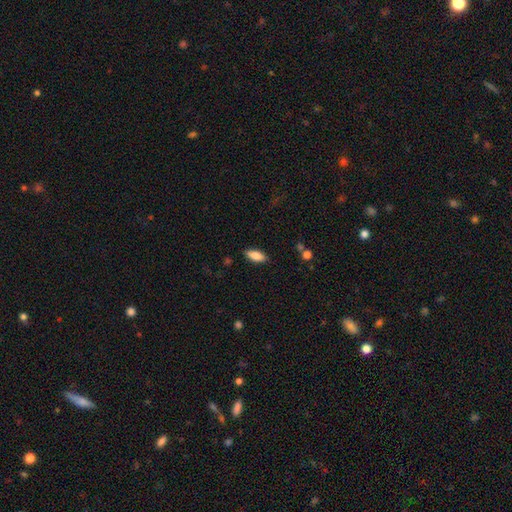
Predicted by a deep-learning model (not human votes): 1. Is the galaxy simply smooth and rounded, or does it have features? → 85% smooth, 9% featured or disk, 7% star or artifact.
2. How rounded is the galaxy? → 81% in between, 17% cigar-shaped, 2% round.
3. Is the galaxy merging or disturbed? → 86% none, 10% minor disturbance, 2% major disturbance, 1% merger.